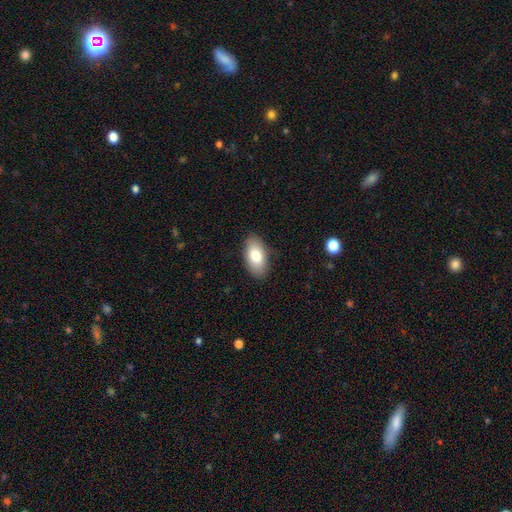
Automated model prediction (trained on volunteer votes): A smooth galaxy with no disk features (79%) that is in between round and cigar-shaped (94%).

Vote fractions:
- Smooth or featured? smooth: 79% / featured or disk: 14% / star or artifact: 7%
- How rounded? in between: 94% / round: 3% / cigar-shaped: 3%
- Merging? none: 87% / minor disturbance: 10% / major disturbance: 2% / merger: 1%